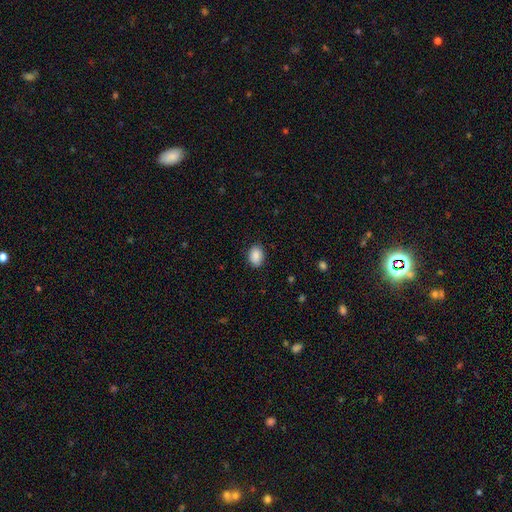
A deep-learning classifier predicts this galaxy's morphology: type=smooth (89%); roundness=in between (76%); merging=none (87%).